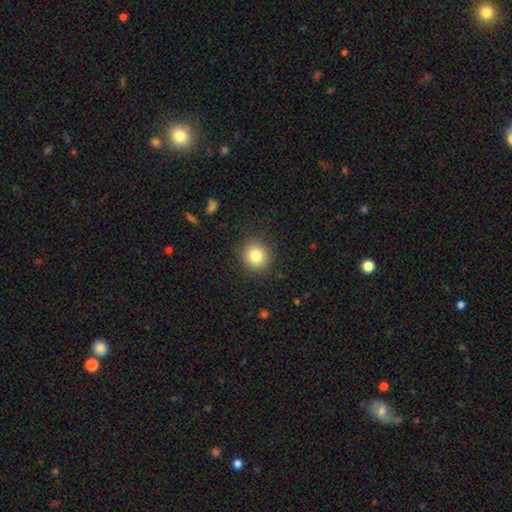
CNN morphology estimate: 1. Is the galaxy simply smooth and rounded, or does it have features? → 82% smooth, 10% star or artifact, 7% featured or disk.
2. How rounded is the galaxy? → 87% round, 12% in between, 1% cigar-shaped.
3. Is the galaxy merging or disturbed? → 90% none, 7% minor disturbance, 2% major disturbance, 1% merger.